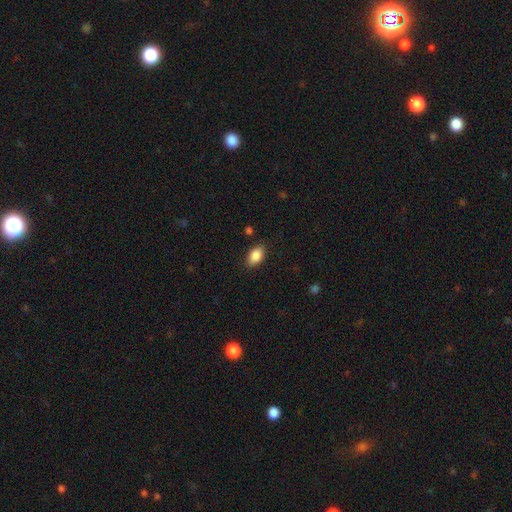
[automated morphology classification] A smooth galaxy with no disk features (88%) that is in between round and cigar-shaped (90%). Merging: none (86%).